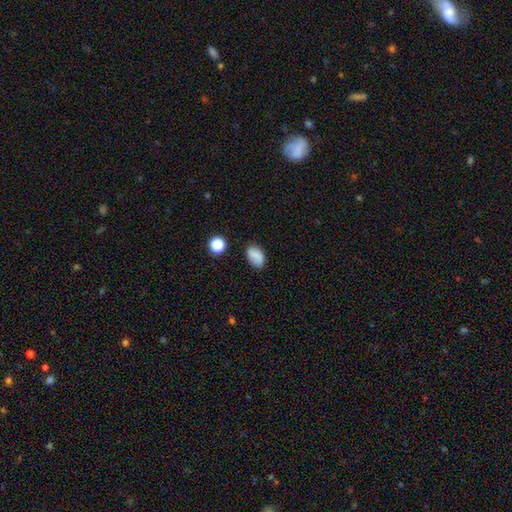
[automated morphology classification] A smooth galaxy with no disk features (81%) that is in between round and cigar-shaped (87%). Merging: none (74%).